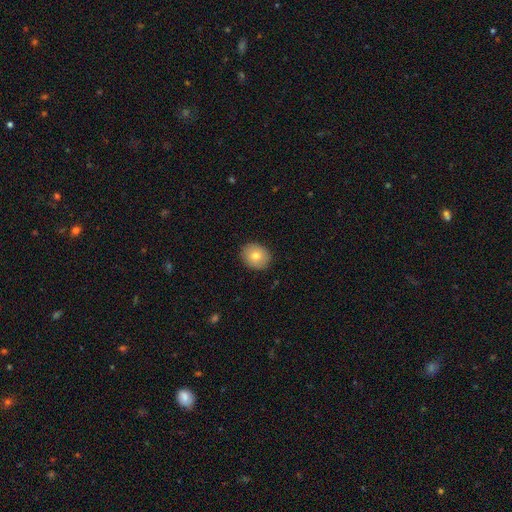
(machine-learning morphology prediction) Overall: smooth (76%). How rounded: round (65%; in between 34%). Merging: none (89%).